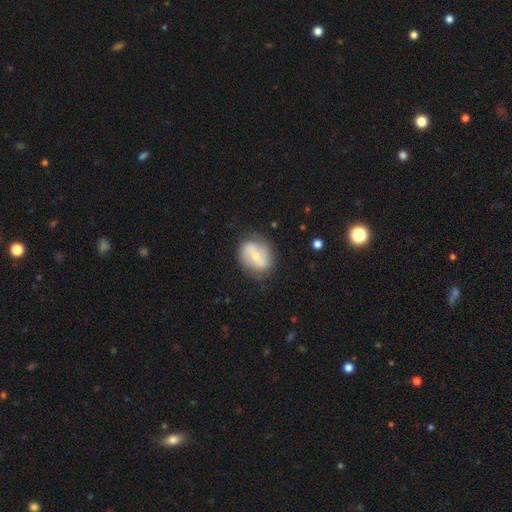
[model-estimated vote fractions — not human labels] smooth-or-featured: featured or disk: 57% | smooth: 36% | star or artifact: 7%
  disk-edge-on: no: 96% | yes: 4%
    bar: weak: 38% | strong: 35% | no: 27%
    has-spiral-arms: yes: 67% | no: 33%
    bulge-size: small: 53% | moderate: 41% | large: 2% | none: 2% | dominant: 1%
  merging: none: 72% | minor disturbance: 18% | major disturbance: 6% | merger: 3%